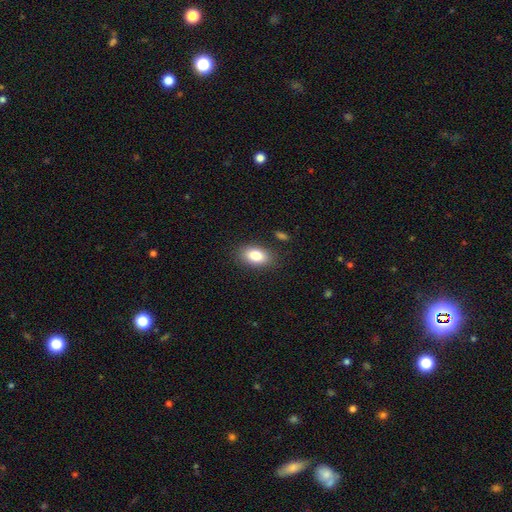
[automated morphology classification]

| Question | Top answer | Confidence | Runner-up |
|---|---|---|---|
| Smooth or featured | smooth | 83% | featured or disk (9%) |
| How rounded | in between | 89% | round (9%) |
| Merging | none | 85% | minor disturbance (10%) |